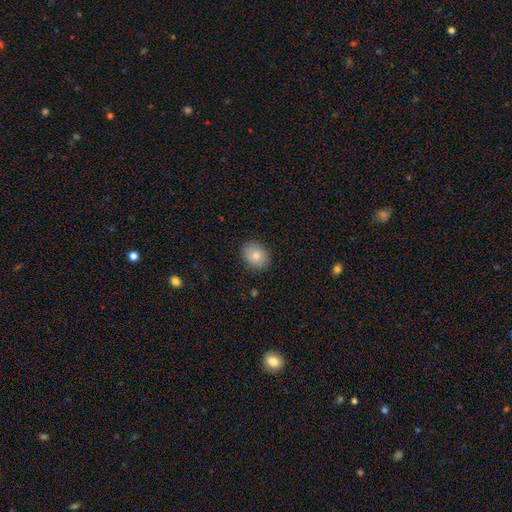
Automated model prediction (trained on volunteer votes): The model was most divided on "how rounded": in between: 56%, round: 43%, cigar-shaped: 1%. More confident: merging — none (87%); smooth or featured — smooth (77%).